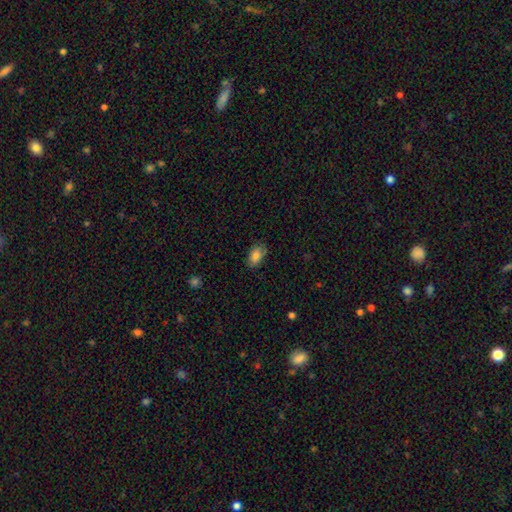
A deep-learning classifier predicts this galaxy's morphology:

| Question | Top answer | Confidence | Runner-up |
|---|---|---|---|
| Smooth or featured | smooth | 85% | star or artifact (8%) |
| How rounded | in between | 90% | round (9%) |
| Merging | none | 81% | minor disturbance (15%) |